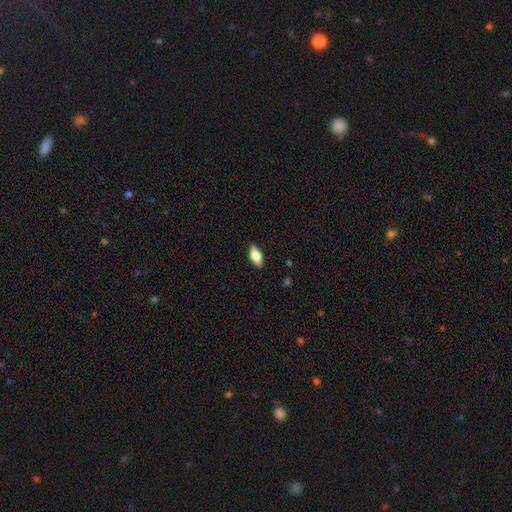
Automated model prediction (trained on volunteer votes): This is possibly a smooth galaxy (60%). How rounded: likely in between (80%). Merging: clearly none (88%).